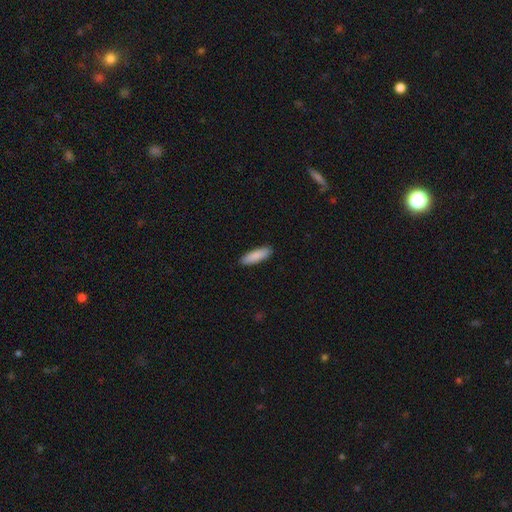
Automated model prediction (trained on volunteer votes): A smooth galaxy with no disk features (88%) that is cigar-shaped (58%). Merging: none (89%).